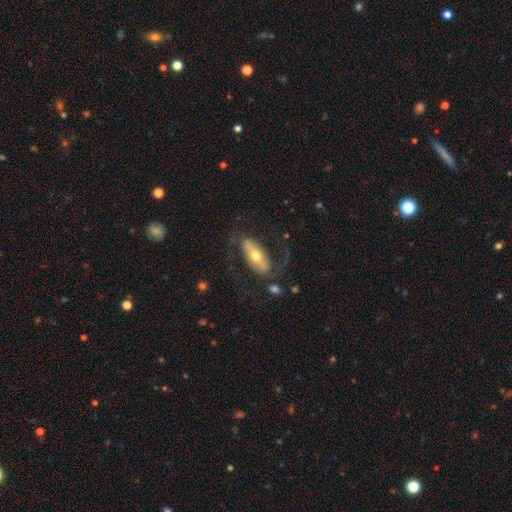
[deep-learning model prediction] Smooth or featured: featured or disk — 65% (smooth — 28%)
Edge-on disk: no — 78% (yes — 22%)
Bar: strong — 43% (no — 34%)
Spiral arms: yes — 67% (no — 33%)
Bulge size: moderate — 59% (small — 32%)
Merging: none — 66% (major disturbance — 16%)